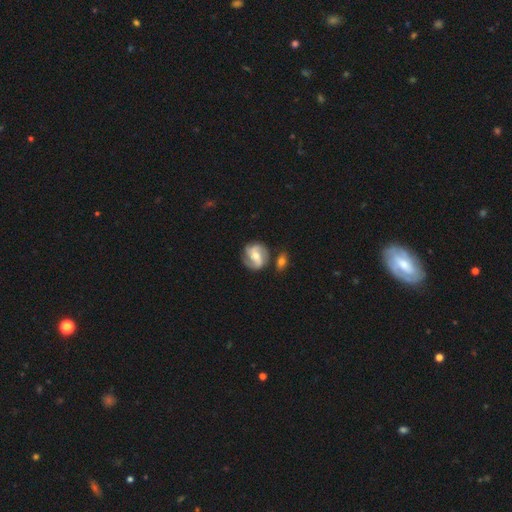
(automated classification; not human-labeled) featured or disk 74%, smooth 20%, star or artifact 6%. Down the decision tree: edge-on disk — no (97%); bar — weak (42%); spiral arms — yes (92%); spiral arm count — 2 (65%); spiral winding — medium (45%); bulge size — moderate (66%); merging — none (68%).